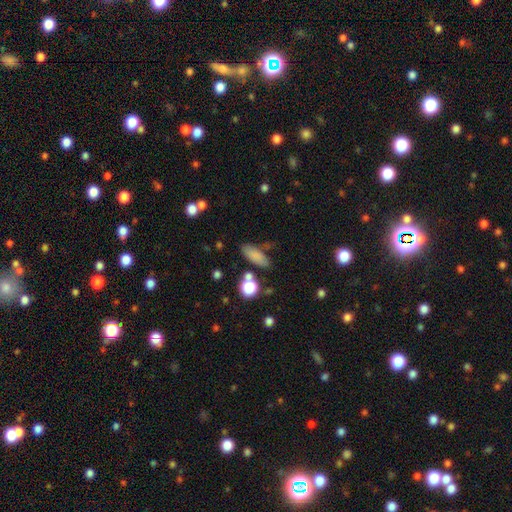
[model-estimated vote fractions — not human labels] The model was most divided on "how rounded": in between: 69%, cigar-shaped: 25%, round: 6%. More confident: smooth or featured — smooth (80%); merging — none (69%).